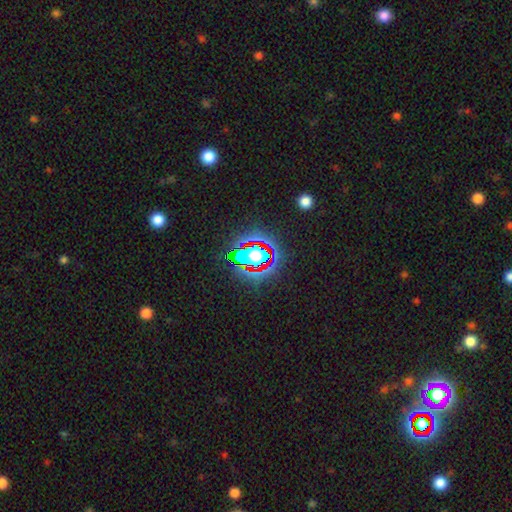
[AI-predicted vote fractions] star or artifact 61%, smooth 23%, featured or disk 16%.